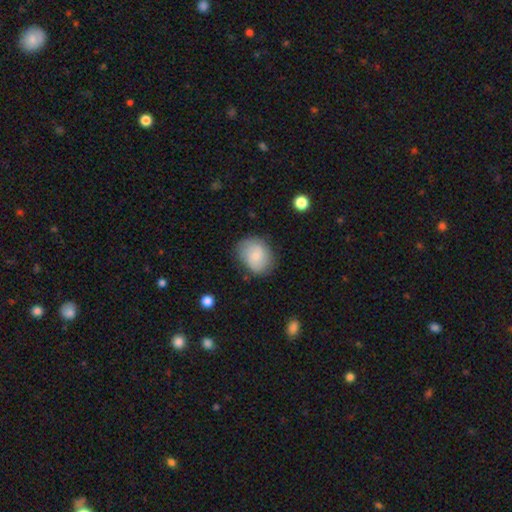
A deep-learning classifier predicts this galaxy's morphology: Smooth or featured: smooth — 66% (featured or disk — 27%)
How rounded: round — 50% (in between — 49%)
Merging: none — 73% (minor disturbance — 19%)